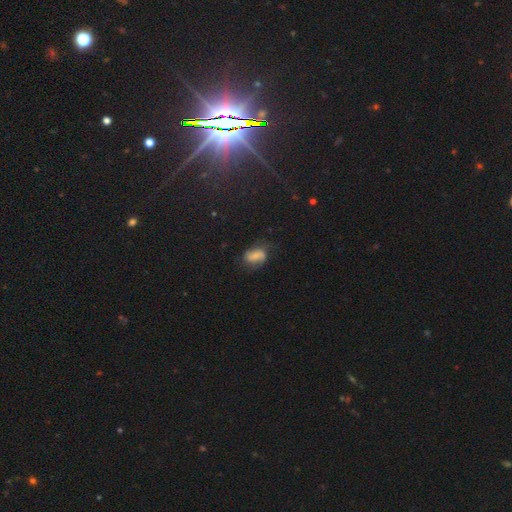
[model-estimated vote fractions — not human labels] Overall: featured or disk (45%; smooth 43%). Merging: none (56%; minor disturbance 27%).